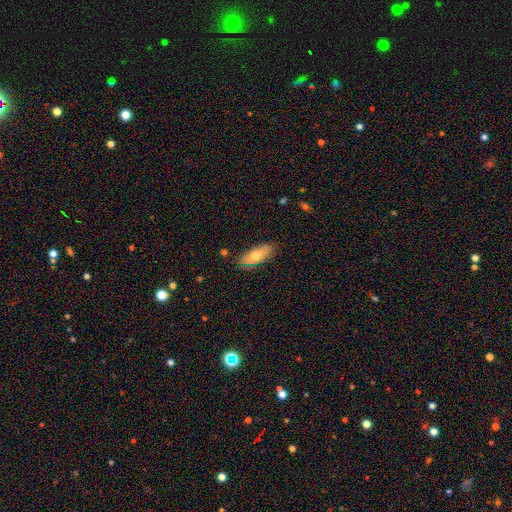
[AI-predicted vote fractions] This appears to be a smooth galaxy with no disk features (65%) that is in between round and cigar-shaped (76%). Merging: none (81%).